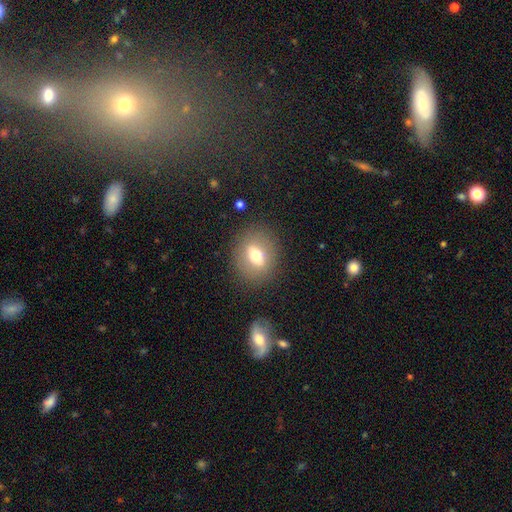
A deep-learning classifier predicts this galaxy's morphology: The model was most divided on "how rounded": round: 51%, in between: 47%, cigar-shaped: 2%. More confident: merging — none (84%); smooth or featured — smooth (62%).